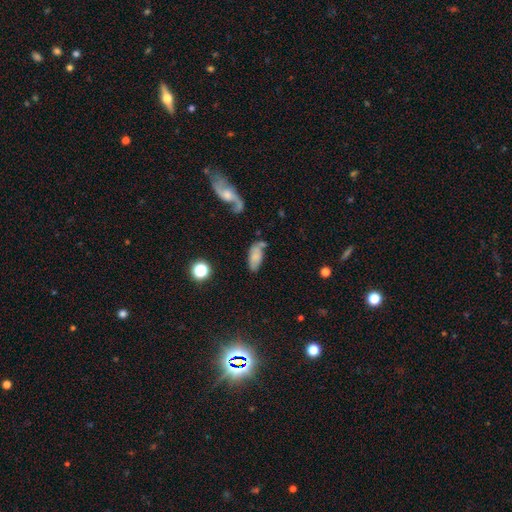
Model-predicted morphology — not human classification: Smooth or featured: smooth — 61% (featured or disk — 28%)
How rounded: in between — 86% (cigar-shaped — 10%)
Merging: none — 46% (minor disturbance — 27%)